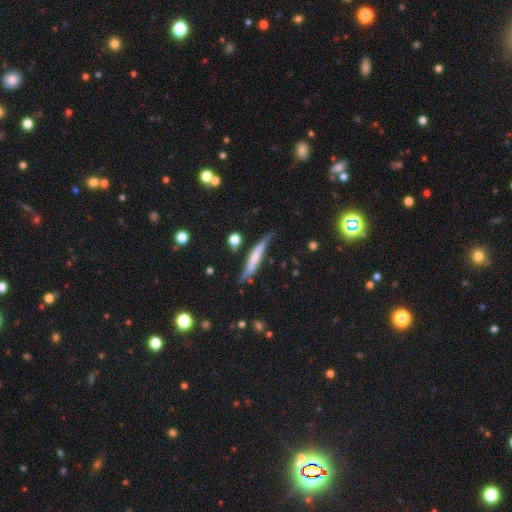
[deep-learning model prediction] Overall: featured or disk (48%; smooth 45%). Merging: none (59%; minor disturbance 29%).